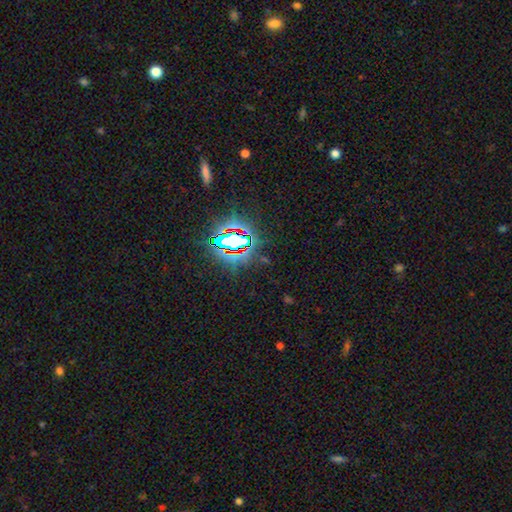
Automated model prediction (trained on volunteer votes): This is clearly a star or artifact rather than a galaxy (81%).